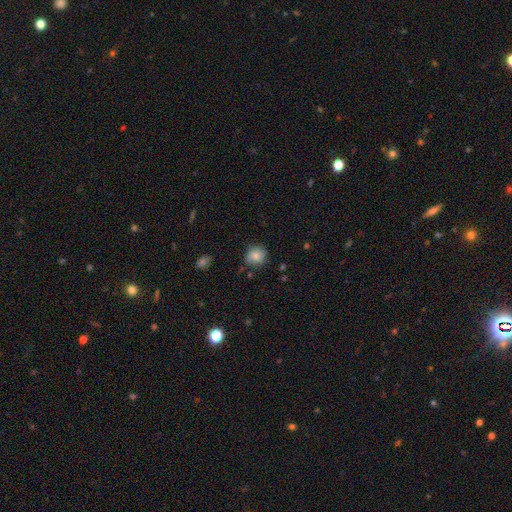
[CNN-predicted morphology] smooth_or_featured: smooth (p=0.77) [alt: featured or disk p=0.13]
how_rounded: round (p=0.85) [alt: in between p=0.14]
merging: none (p=0.71) [alt: minor disturbance p=0.22]